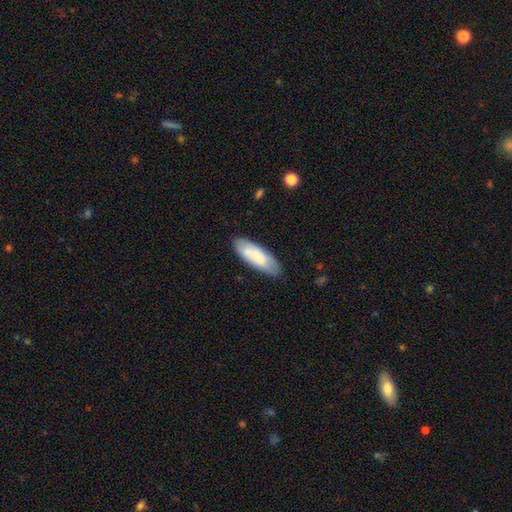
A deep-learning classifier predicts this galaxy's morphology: The model was most divided on "how rounded": in between: 67%, cigar-shaped: 31%, round: 2%. More confident: merging — none (81%); smooth or featured — smooth (72%).